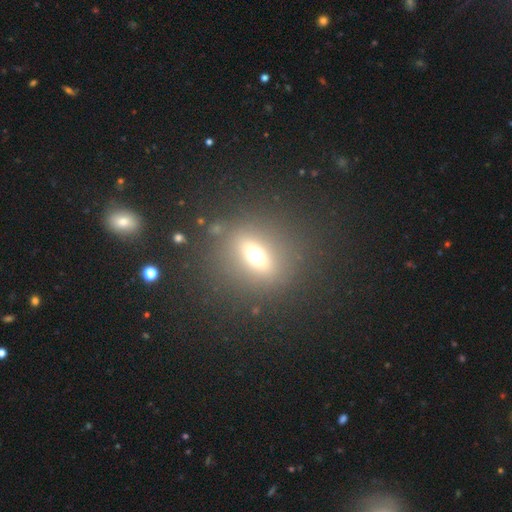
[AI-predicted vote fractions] A smooth galaxy with no disk features (58%) that is in between round and cigar-shaped (47%). Merging: none (80%).